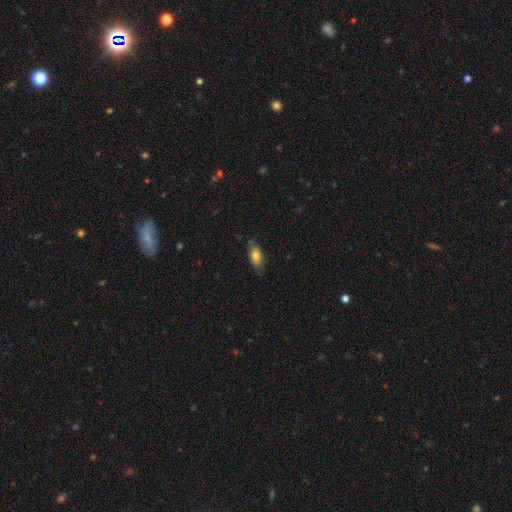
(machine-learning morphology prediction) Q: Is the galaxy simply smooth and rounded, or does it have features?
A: smooth — 74%.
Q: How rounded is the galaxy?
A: in between — 85%.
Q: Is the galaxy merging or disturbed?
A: none — 72%.